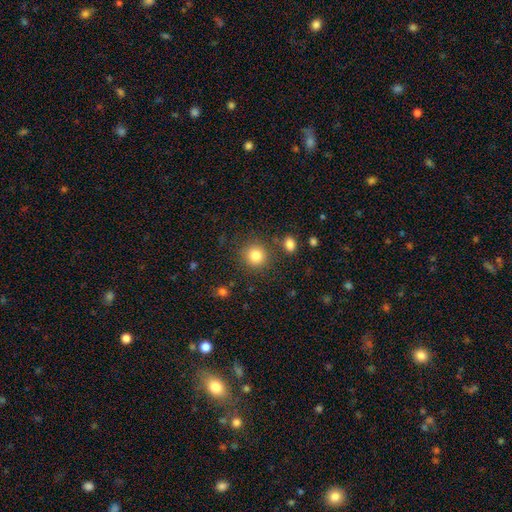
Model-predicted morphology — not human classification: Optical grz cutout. It shows a smooth galaxy with no disk features (83%) that is round (91%). Merging: none (84%).